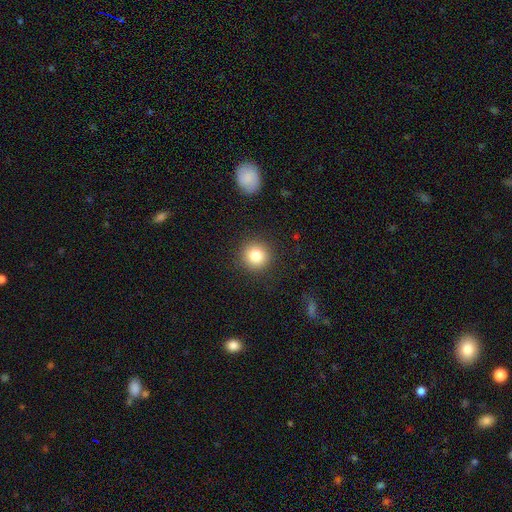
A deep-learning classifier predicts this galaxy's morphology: Smooth or featured?
  - smooth: 83% *
  - star or artifact: 10%
  - featured or disk: 7%
How rounded?
  - round: 94% *
  - in between: 6%
  - cigar-shaped: 1%
Merging?
  - none: 90% *
  - minor disturbance: 7%
  - major disturbance: 3%
  - merger: 1%